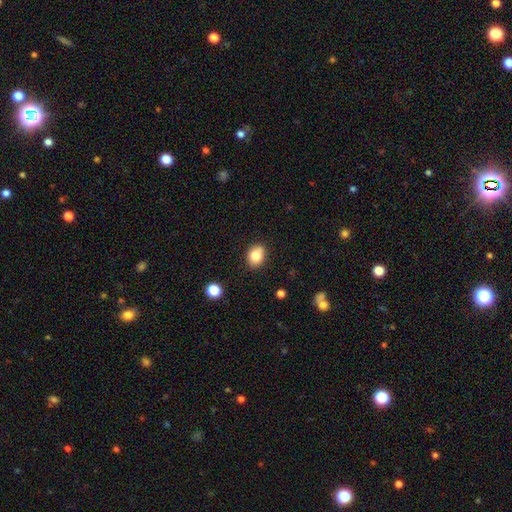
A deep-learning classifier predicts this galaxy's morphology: type=smooth (82%); roundness=in between (54%); merging=none (79%).